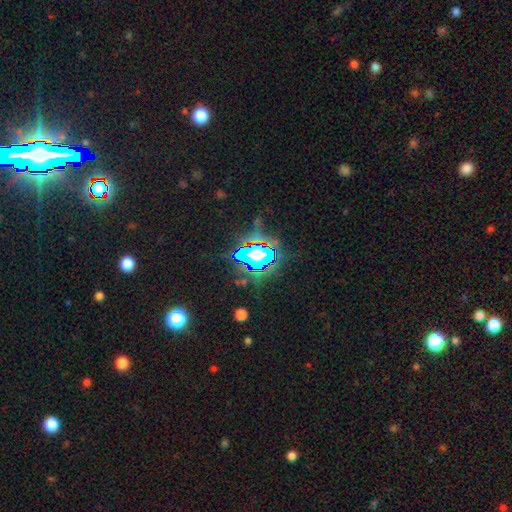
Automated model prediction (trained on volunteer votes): Smooth or featured? star or artifact (63%)